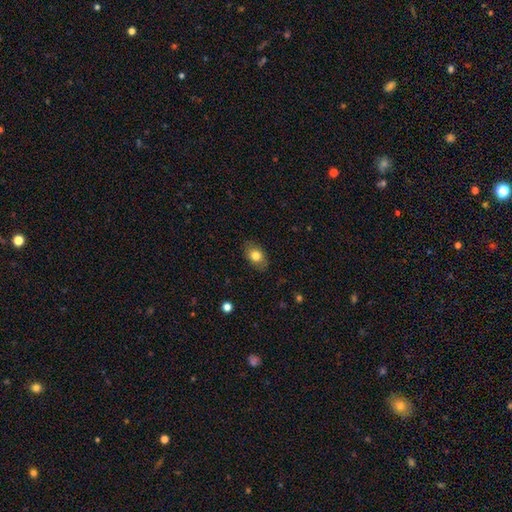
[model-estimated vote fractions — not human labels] smooth_or_featured: smooth (p=0.79) [alt: featured or disk p=0.13]
how_rounded: in between (p=0.80) [alt: round p=0.18]
merging: none (p=0.83) [alt: minor disturbance p=0.13]